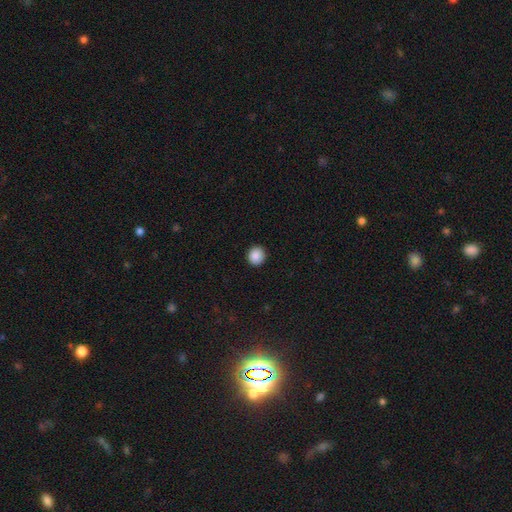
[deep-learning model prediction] Smooth or featured? Predicted: smooth (p=0.89). How rounded? Predicted: round (p=0.88). Merging? Predicted: none (p=0.93).